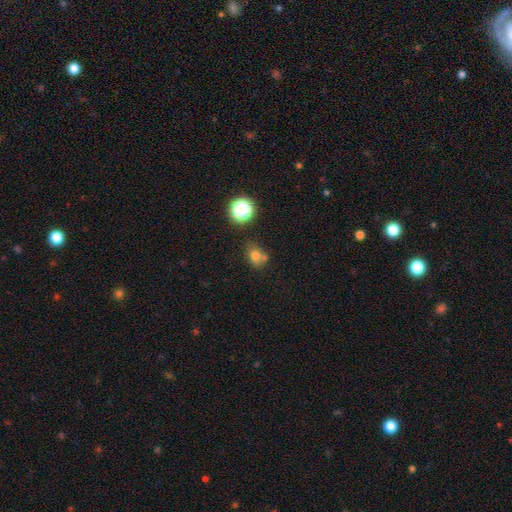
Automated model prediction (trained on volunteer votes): Smooth or featured?
  - smooth: 72% *
  - star or artifact: 17%
  - featured or disk: 11%
How rounded?
  - round: 58% *
  - in between: 41%
  - cigar-shaped: 1%
Merging?
  - none: 56% *
  - merger: 22%
  - minor disturbance: 17%
  - major disturbance: 6%